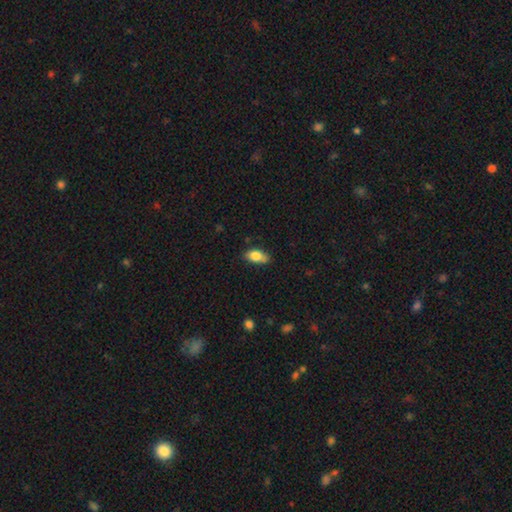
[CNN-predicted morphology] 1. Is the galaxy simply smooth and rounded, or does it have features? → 81% smooth, 11% featured or disk, 7% star or artifact.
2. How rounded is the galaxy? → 88% in between, 6% cigar-shaped, 6% round.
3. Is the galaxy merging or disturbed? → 67% none, 26% minor disturbance, 4% major disturbance, 2% merger.